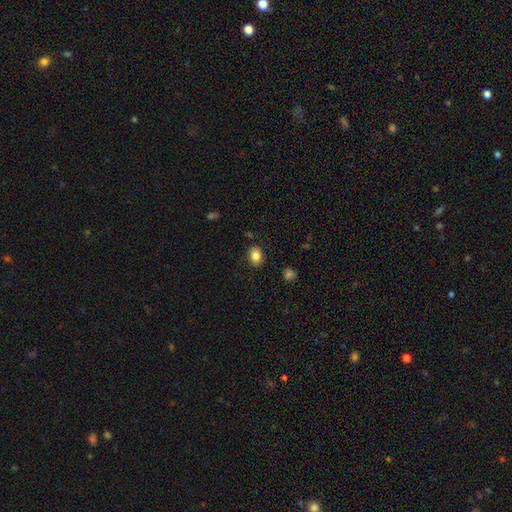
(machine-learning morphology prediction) type=smooth (85%); roundness=in between (65%); merging=none (87%).